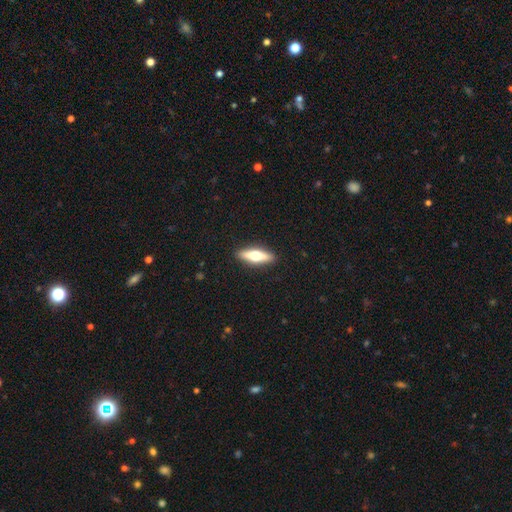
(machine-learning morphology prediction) Smooth or featured? smooth (48%)
Merging? none (91%)